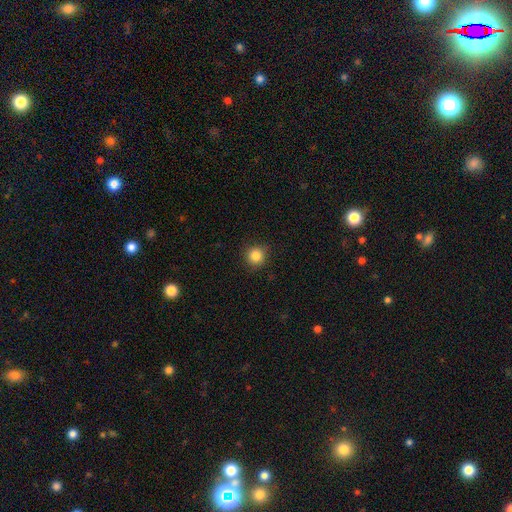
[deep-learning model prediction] Smooth or featured? Predicted: smooth (p=0.85). How rounded? Predicted: round (p=0.94). Merging? Predicted: none (p=0.89).